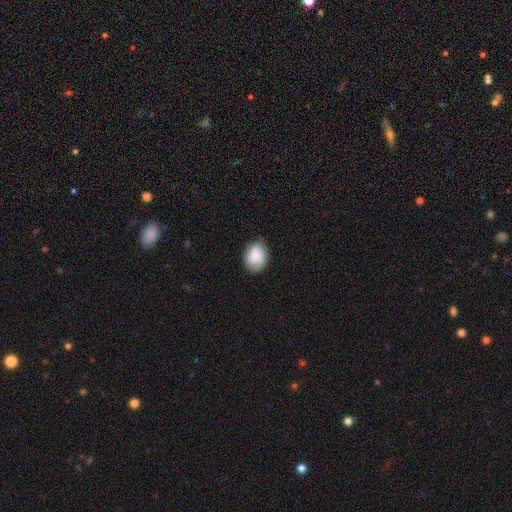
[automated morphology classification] Smooth or featured? Predicted: smooth (p=0.79). How rounded? Predicted: in between (p=0.59). Merging? Predicted: none (p=0.76).